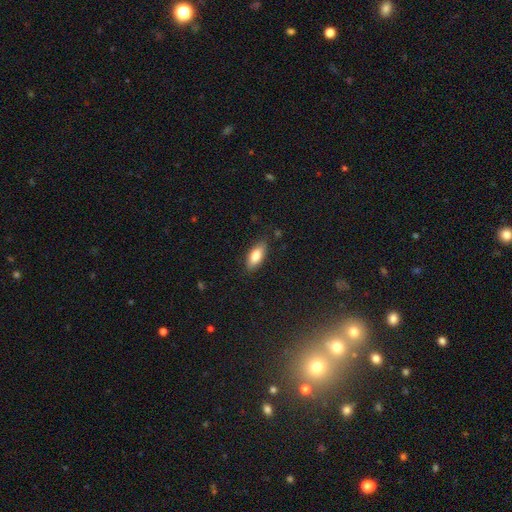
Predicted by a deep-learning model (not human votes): This appears to be a smooth galaxy with no disk features (80%) that is in between round and cigar-shaped (83%). Merging: none (84%).